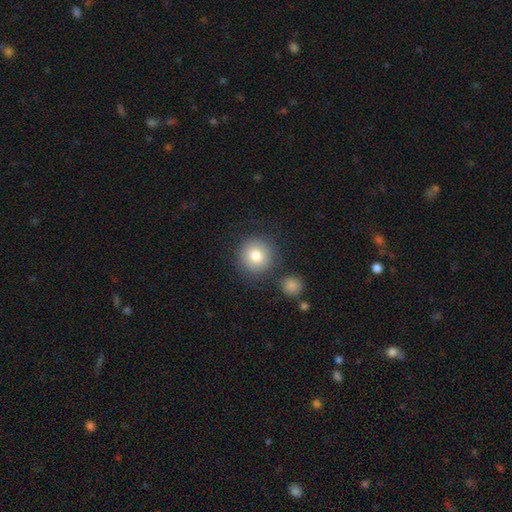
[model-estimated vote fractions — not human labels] A smooth galaxy with no disk features (80%) that is round (93%). Merging: none (80%).